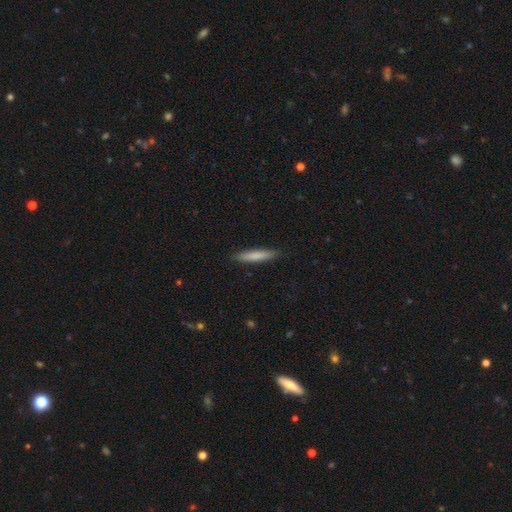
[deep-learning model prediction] A smooth galaxy with no disk features (80%) that is cigar-shaped (90%). Merging: none (90%).